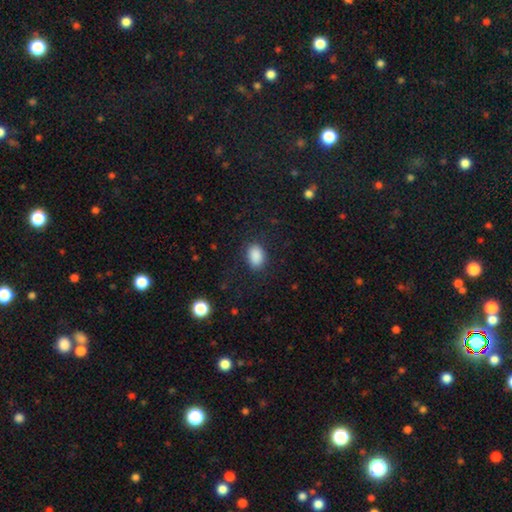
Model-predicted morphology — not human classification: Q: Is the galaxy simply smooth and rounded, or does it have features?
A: smooth — 88%.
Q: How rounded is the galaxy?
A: in between — 83%.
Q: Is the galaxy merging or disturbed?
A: none — 83%.